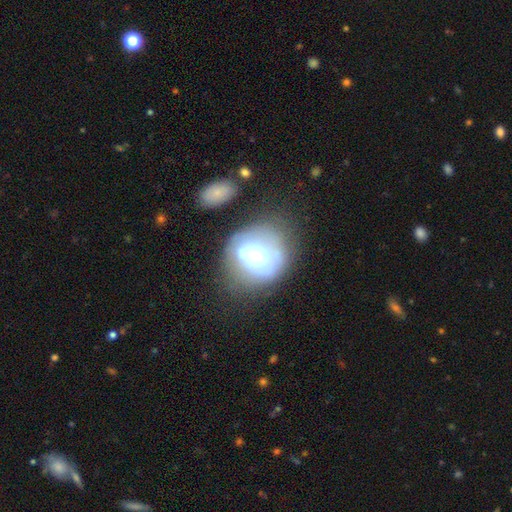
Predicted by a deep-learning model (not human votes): smooth_or_featured: featured or disk (p=0.43) [alt: smooth p=0.42]
merging: none (p=0.50) [alt: minor disturbance p=0.20]